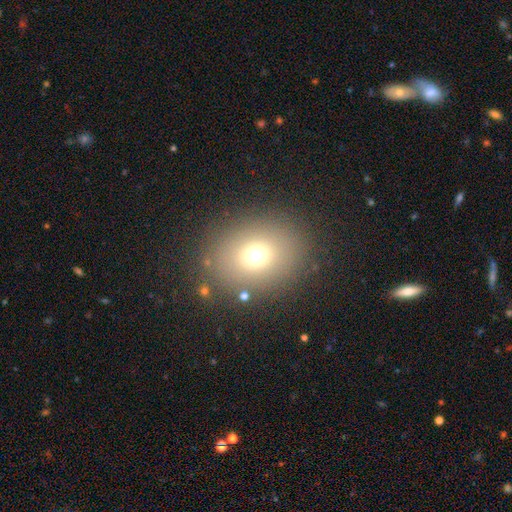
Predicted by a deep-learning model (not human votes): Smooth or featured? Predicted: smooth (p=0.69). How rounded? Predicted: round (p=0.52). Merging? Predicted: none (p=0.84).